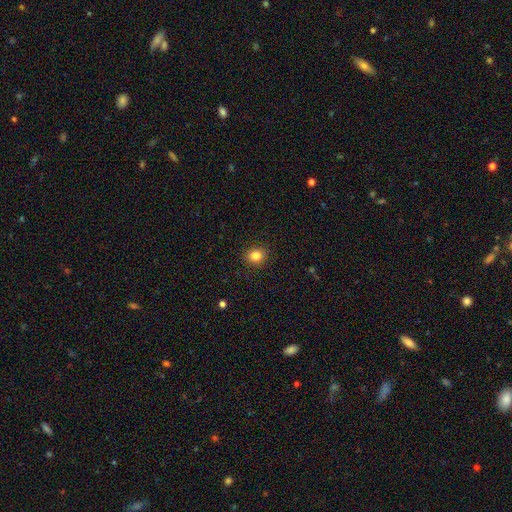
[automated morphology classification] This appears to be a smooth galaxy with no disk features (84%) that is round (75%). Merging: none (90%).